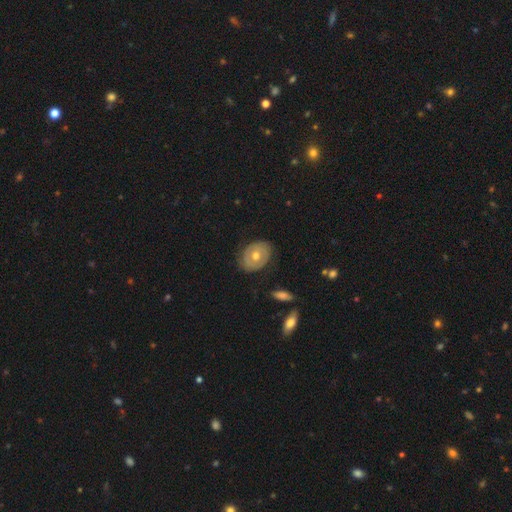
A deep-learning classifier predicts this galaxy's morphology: Smooth or featured: featured or disk — 53% (smooth — 40%)
Edge-on disk: no — 93% (yes — 7%)
Merging: none — 83% (minor disturbance — 12%)